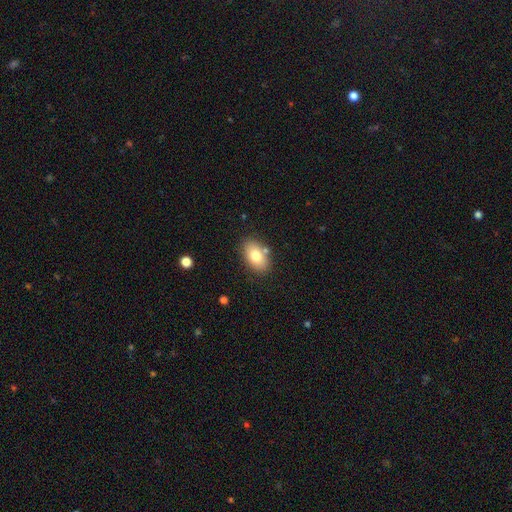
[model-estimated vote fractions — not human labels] Smooth or featured?
  - smooth: 78% *
  - featured or disk: 14%
  - star or artifact: 8%
How rounded?
  - in between: 90% *
  - round: 9%
  - cigar-shaped: 1%
Merging?
  - none: 79% *
  - minor disturbance: 12%
  - merger: 6%
  - major disturbance: 3%